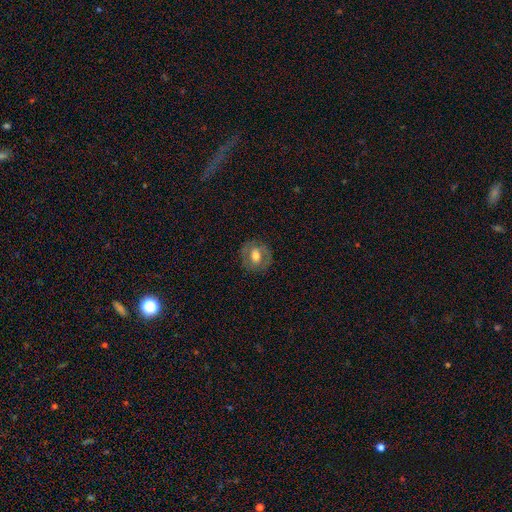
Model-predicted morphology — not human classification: smooth_or_featured: smooth (p=0.51) [alt: featured or disk p=0.41]
how_rounded: round (p=0.66) [alt: in between p=0.33]
merging: none (p=0.81) [alt: minor disturbance p=0.13]